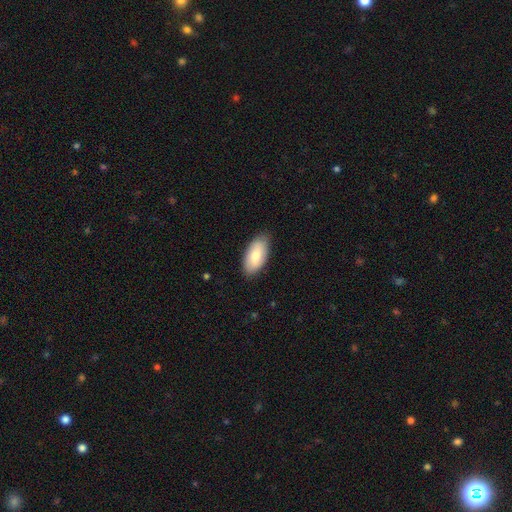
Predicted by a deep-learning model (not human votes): Q: Smooth or featured?
A: smooth (74%); runner-up: featured or disk (21%)
Q: How rounded?
A: in between (94%); runner-up: cigar-shaped (4%)
Q: Merging?
A: none (84%); runner-up: minor disturbance (13%)